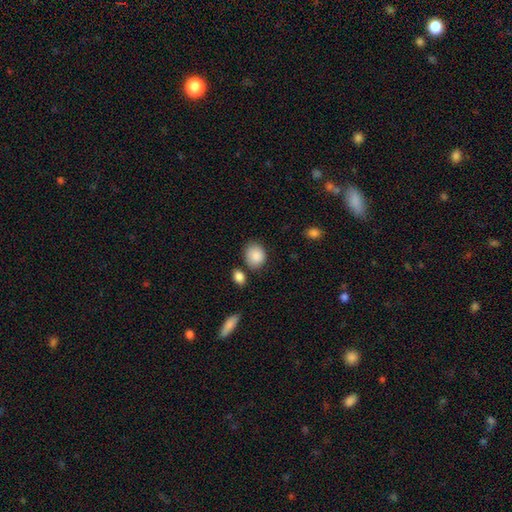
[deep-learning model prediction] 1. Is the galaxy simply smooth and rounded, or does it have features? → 89% smooth, 7% star or artifact, 4% featured or disk.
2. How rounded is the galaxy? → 58% round, 41% in between, 1% cigar-shaped.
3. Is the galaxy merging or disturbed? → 73% none, 16% minor disturbance, 7% merger, 4% major disturbance.